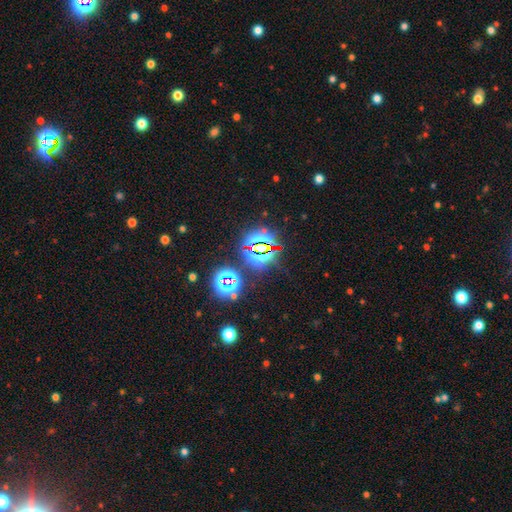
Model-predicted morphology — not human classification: Smooth or featured? Predicted: star or artifact (p=0.82).